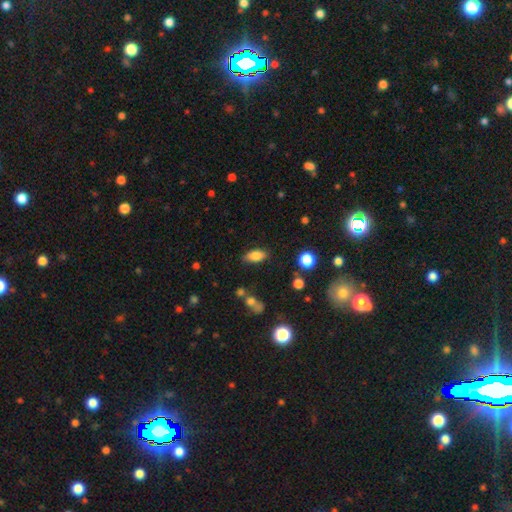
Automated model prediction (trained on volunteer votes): This is likely a smooth galaxy (80%). How rounded: clearly in between (86%). Merging: clearly none (81%).